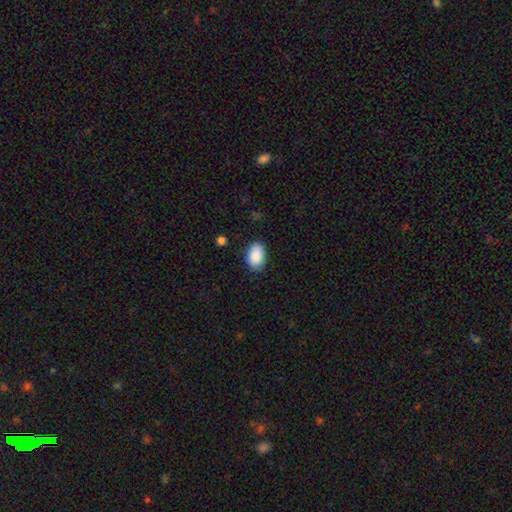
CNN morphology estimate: type=smooth (90%); roundness=in between (89%); merging=none (85%).